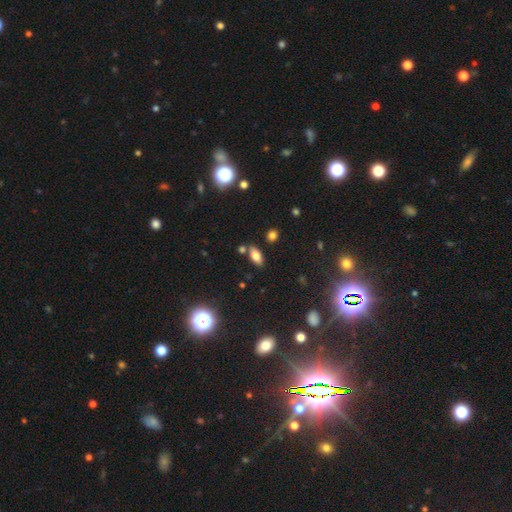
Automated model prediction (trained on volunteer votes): A smooth galaxy with no disk features (76%) that is in between round and cigar-shaped (88%).

Vote fractions:
- Smooth or featured? smooth: 76% / star or artifact: 12% / featured or disk: 12%
- How rounded? in between: 88% / cigar-shaped: 8% / round: 4%
- Merging? none: 75% / minor disturbance: 12% / merger: 10% / major disturbance: 3%